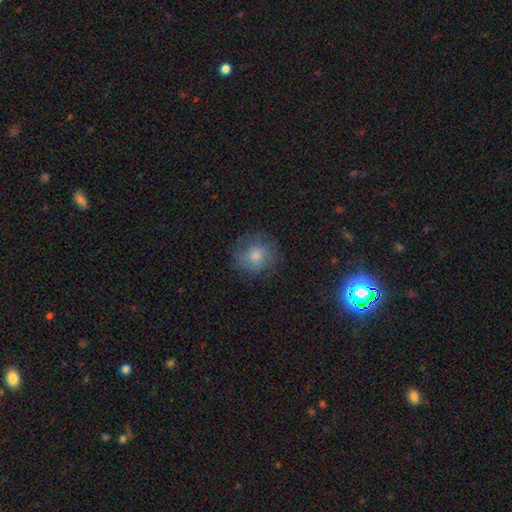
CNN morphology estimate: Q: Smooth or featured?
A: smooth (59%); runner-up: featured or disk (24%)
Q: How rounded?
A: round (87%); runner-up: in between (12%)
Q: Merging?
A: none (79%); runner-up: minor disturbance (14%)